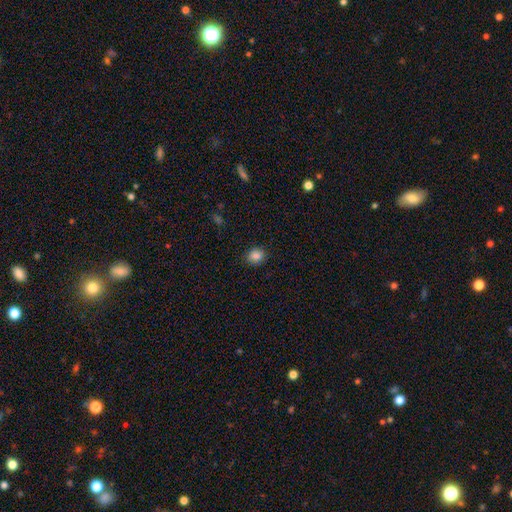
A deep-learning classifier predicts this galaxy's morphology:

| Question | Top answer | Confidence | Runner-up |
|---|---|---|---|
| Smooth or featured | smooth | 86% | star or artifact (11%) |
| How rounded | round | 69% | in between (30%) |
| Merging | none | 89% | minor disturbance (8%) |